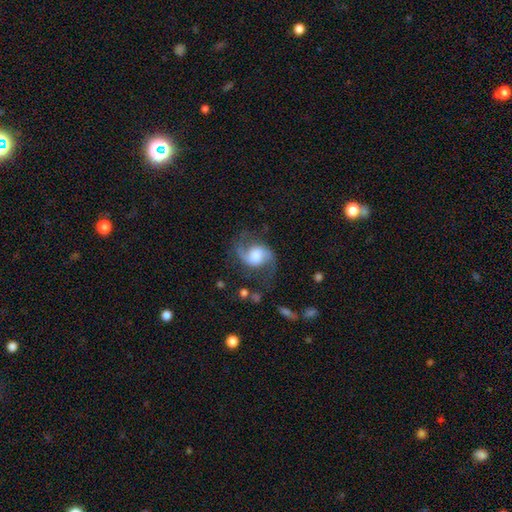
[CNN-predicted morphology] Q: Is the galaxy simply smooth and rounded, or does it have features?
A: featured or disk — 82%.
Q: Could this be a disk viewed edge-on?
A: no — 98%.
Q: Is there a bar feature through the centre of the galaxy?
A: no — 49%.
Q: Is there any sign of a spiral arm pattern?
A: yes — 95%.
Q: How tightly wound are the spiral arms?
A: loose — 53%.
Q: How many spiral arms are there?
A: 2 — 92%.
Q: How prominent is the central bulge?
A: large — 46%.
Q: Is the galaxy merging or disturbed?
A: none — 67%.